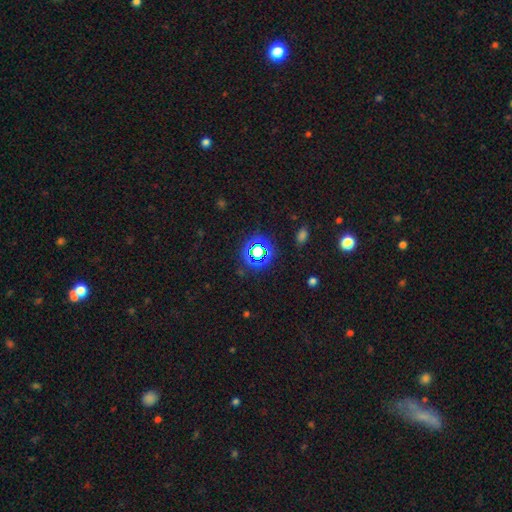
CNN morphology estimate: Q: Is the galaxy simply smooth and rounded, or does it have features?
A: star or artifact — 69%.